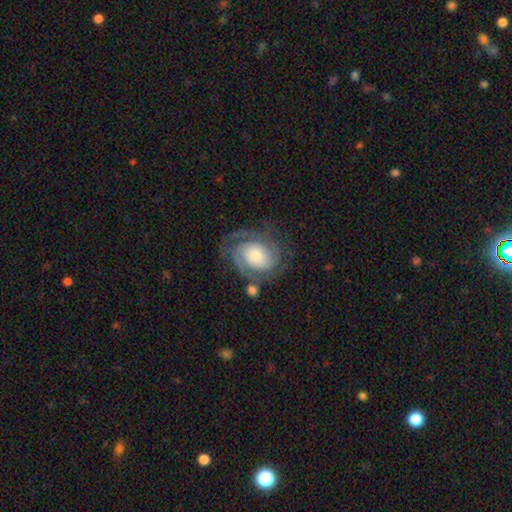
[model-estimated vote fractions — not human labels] smooth_or_featured: featured or disk (p=0.77) [alt: smooth p=0.16]
disk_edge_on: no (p=0.97) [alt: yes p=0.03]
bar: no (p=0.74) [alt: weak p=0.21]
has_spiral_arms: yes (p=0.93) [alt: no p=0.07]
spiral_winding: tight (p=0.56) [alt: medium p=0.34]
spiral_arm_count: 2 (p=0.48) [alt: can't tell p=0.21]
bulge_size: large (p=0.32) [alt: moderate p=0.28]
merging: none (p=0.61) [alt: minor disturbance p=0.19]